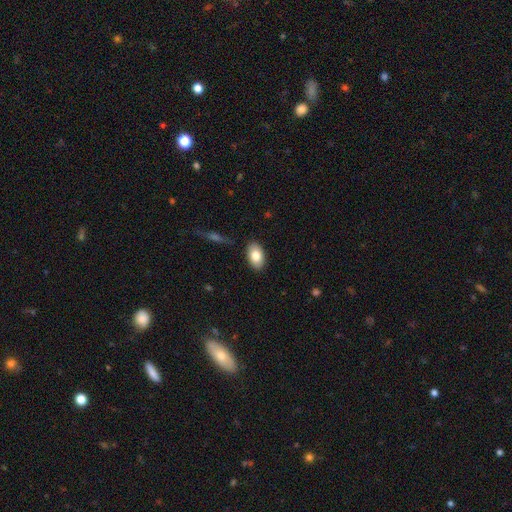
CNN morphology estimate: A smooth galaxy with no disk features (81%) that is in between round and cigar-shaped (92%). Merging: none (88%).